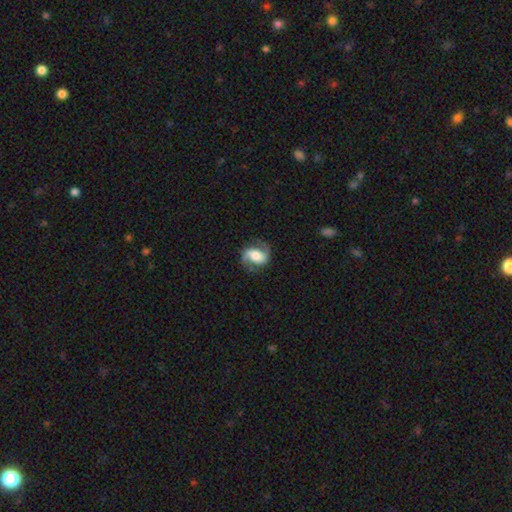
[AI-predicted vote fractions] The model was most divided on "bar": no: 39%, weak: 36%, strong: 24%. Remaining: edge-on disk — no (97%); spiral arms — yes (95%); spiral arm count — 2 (92%); smooth or featured — featured or disk (79%); merging — none (78%); spiral winding — medium (48%); bulge size — moderate (46%).